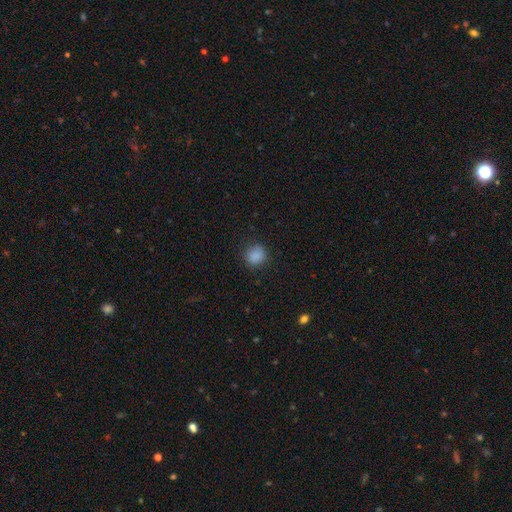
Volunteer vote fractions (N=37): A smooth galaxy with no disk features (92%) that is round (88%).

Vote fractions:
- Smooth or featured? smooth: 92% / star or artifact: 5% / featured or disk: 3%
- How rounded? round: 88% / in between: 12% / cigar-shaped: 0%
- Merging? none: 83% / minor disturbance: 11% / major disturbance: 3% / merger: 3%